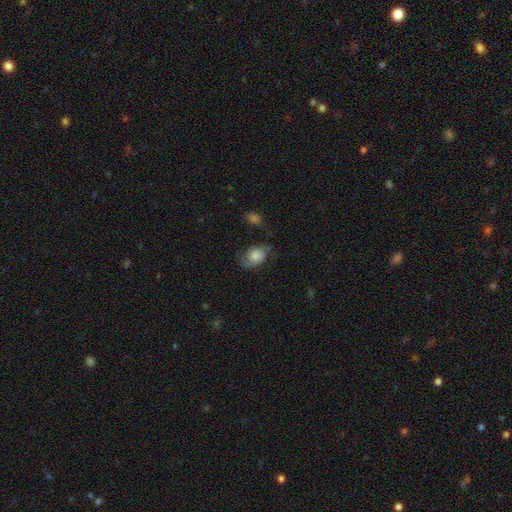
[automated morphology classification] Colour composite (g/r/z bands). It shows a smooth galaxy with no disk features (48%). Merging: none (55%).